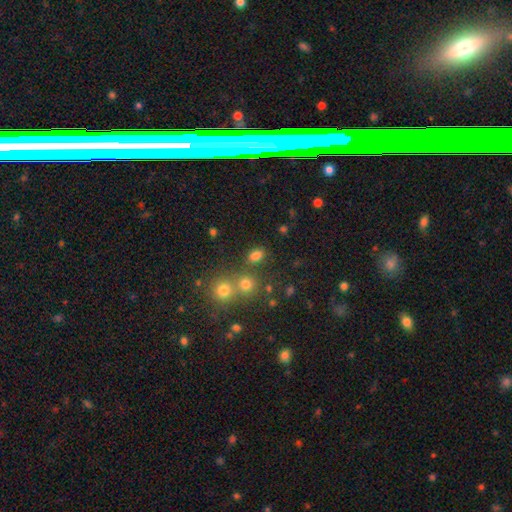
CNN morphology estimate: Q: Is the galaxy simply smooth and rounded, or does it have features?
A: smooth — 77%.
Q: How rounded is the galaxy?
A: in between — 75%.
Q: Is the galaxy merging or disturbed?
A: none — 69%.